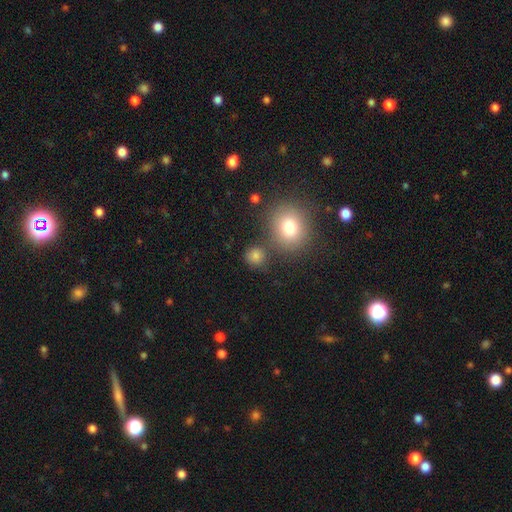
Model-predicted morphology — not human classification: The model was most divided on "smooth or featured": smooth: 79%, star or artifact: 14%, featured or disk: 6%. More confident: how rounded — round (88%); merging — none (76%).